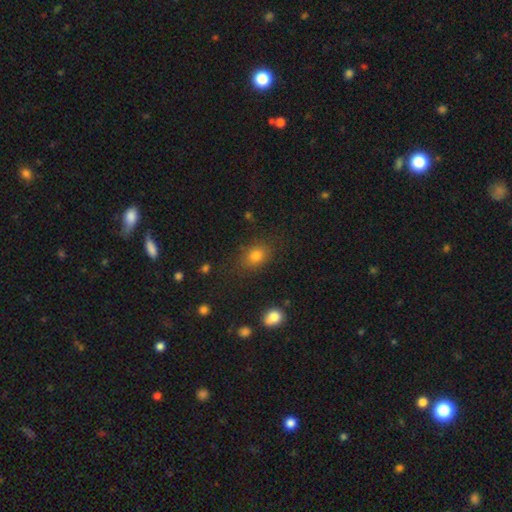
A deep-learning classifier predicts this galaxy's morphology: Smooth or featured: smooth — 80% (star or artifact — 13%)
How rounded: in between — 59% (round — 40%)
Merging: none — 80% (minor disturbance — 13%)